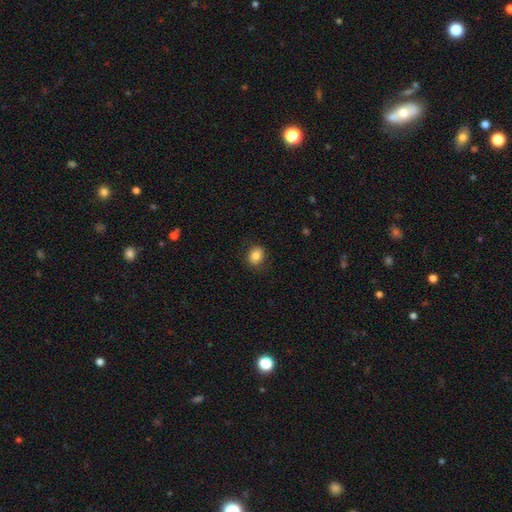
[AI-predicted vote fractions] Q: Smooth or featured?
A: smooth (84%); runner-up: star or artifact (9%)
Q: How rounded?
A: round (61%); runner-up: in between (38%)
Q: Merging?
A: none (83%); runner-up: minor disturbance (13%)